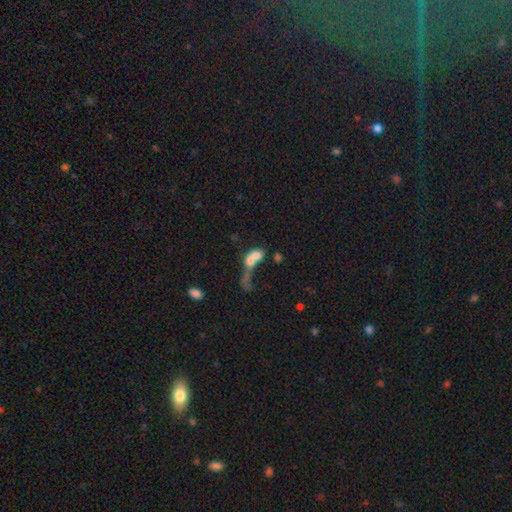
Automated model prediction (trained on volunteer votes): smooth_or_featured: smooth (p=0.61) [alt: featured or disk p=0.27]
how_rounded: in between (p=0.60) [alt: round p=0.32]
merging: merger (p=0.68) [alt: major disturbance p=0.15]